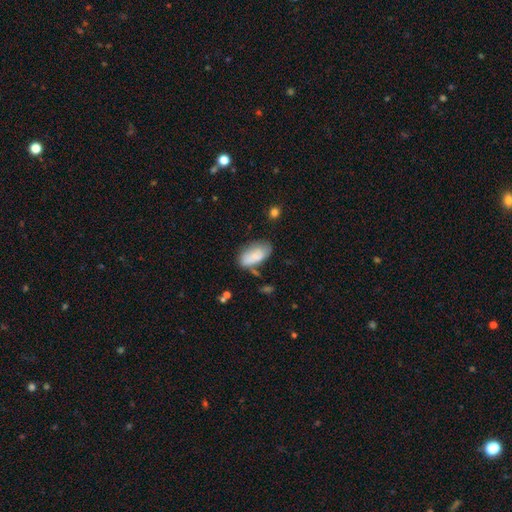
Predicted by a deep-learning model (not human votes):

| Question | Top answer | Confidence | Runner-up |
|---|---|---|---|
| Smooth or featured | smooth | 77% | featured or disk (16%) |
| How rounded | in between | 93% | cigar-shaped (4%) |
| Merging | none | 55% | minor disturbance (27%) |